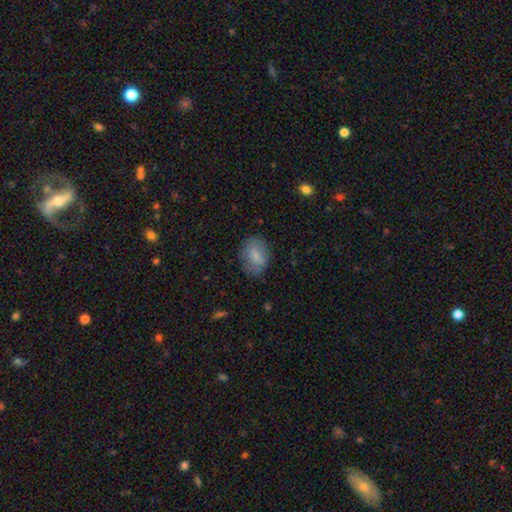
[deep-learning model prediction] Overall: smooth (78%). How rounded: in between (73%). Merging: none (73%).